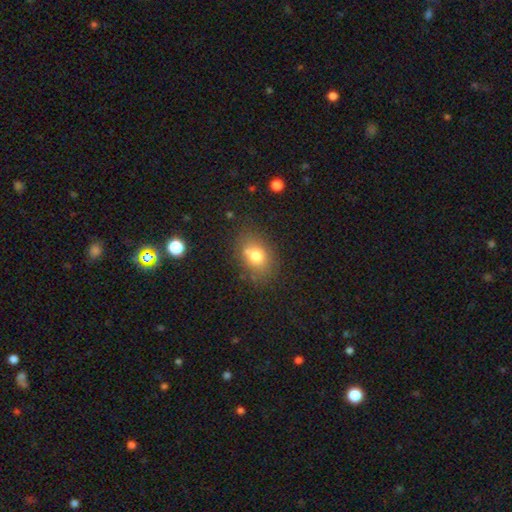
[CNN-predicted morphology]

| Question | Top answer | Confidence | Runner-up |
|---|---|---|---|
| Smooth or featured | smooth | 73% | featured or disk (15%) |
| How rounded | in between | 67% | round (32%) |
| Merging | none | 71% | minor disturbance (17%) |